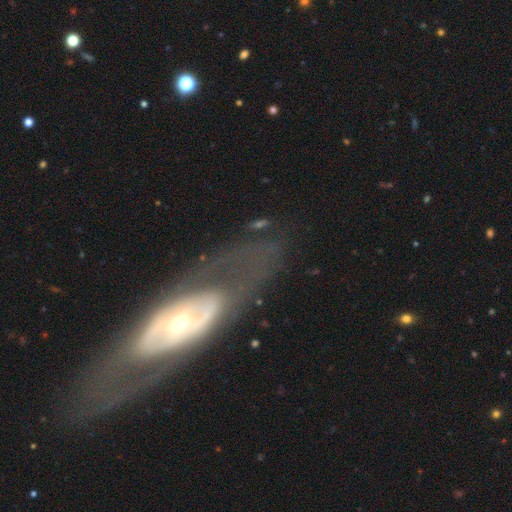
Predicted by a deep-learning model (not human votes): Morphology: type=featured or disk (74%); edge-on=no (82%); bar=no (68%); spiral arms=no (64%); bulge=small (49%); merging=none (75%).